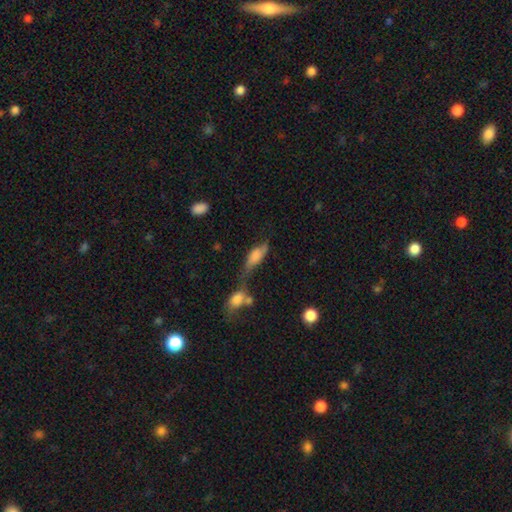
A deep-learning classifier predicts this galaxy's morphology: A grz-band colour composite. It shows a smooth galaxy with no disk features (62%) that is in between round and cigar-shaped (73%). Merging: merger (35%).